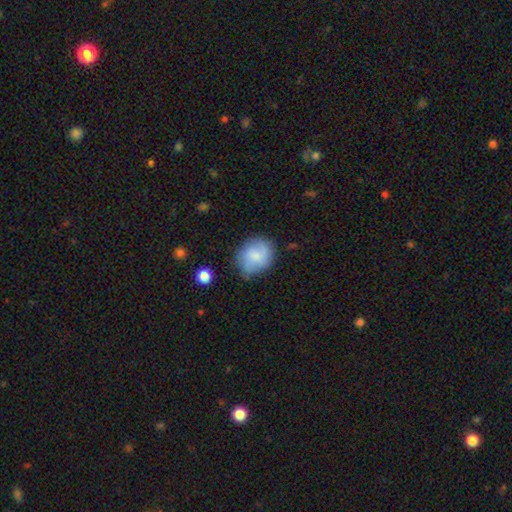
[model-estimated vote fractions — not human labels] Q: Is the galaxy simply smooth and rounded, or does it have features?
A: smooth — 71%.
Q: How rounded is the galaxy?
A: round — 64%.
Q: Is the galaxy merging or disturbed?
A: none — 57%.